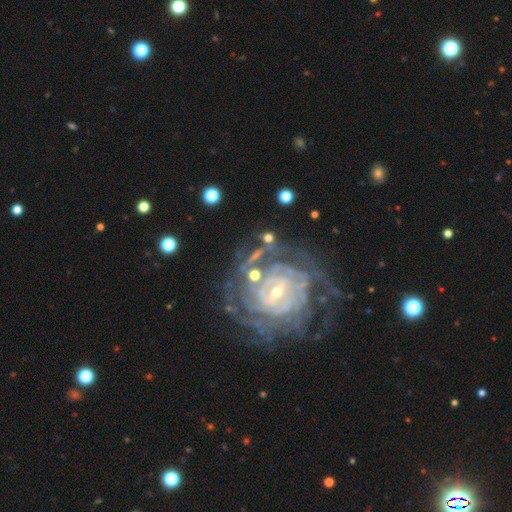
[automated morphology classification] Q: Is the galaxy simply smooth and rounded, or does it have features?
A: featured or disk — 88%.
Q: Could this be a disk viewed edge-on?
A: no — 97%.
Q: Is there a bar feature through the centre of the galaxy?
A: weak — 48%.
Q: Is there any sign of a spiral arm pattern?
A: yes — 95%.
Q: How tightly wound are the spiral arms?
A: tight — 77%.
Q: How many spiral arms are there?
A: can't tell — 36%.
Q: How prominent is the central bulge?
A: small — 70%.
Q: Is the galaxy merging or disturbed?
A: none — 62%.